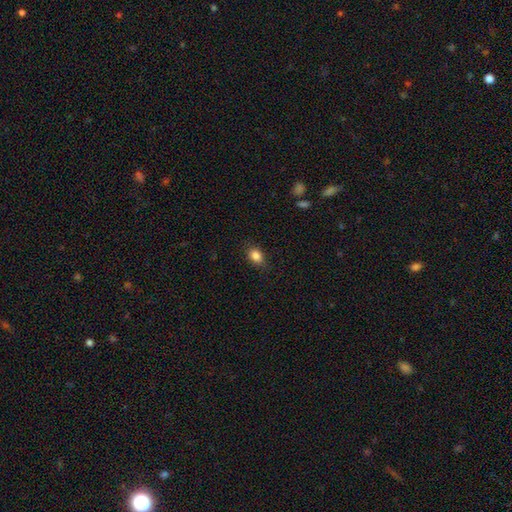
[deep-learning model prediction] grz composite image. It shows a smooth galaxy with no disk features (86%) that is in between round and cigar-shaped (74%). Merging: none (83%).